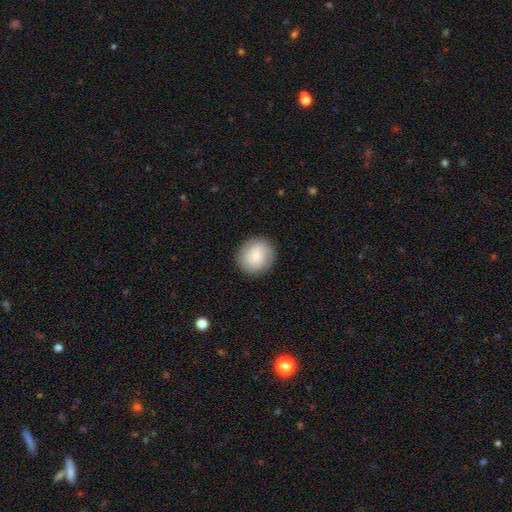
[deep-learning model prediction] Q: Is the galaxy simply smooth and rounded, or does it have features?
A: smooth — 68%.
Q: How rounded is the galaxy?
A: round — 84%.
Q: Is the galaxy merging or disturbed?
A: none — 87%.